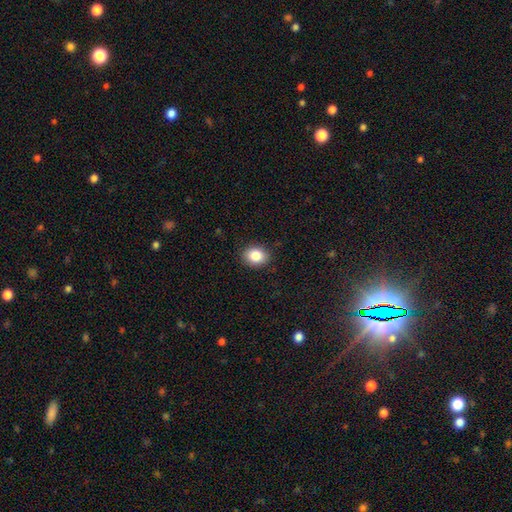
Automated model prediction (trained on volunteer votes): smooth_or_featured: smooth (p=0.85) [alt: star or artifact p=0.09]
how_rounded: round (p=0.50) [alt: in between p=0.49]
merging: none (p=0.88) [alt: minor disturbance p=0.08]